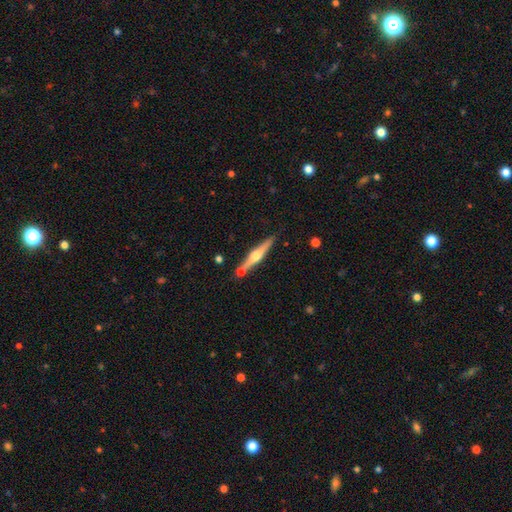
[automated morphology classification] Smooth or featured: featured or disk — 70% (smooth — 24%)
Edge-on disk: yes — 97% (no — 3%)
Edge-on bulge: rounded — 94% (boxy — 3%)
Merging: none — 79% (minor disturbance — 10%)